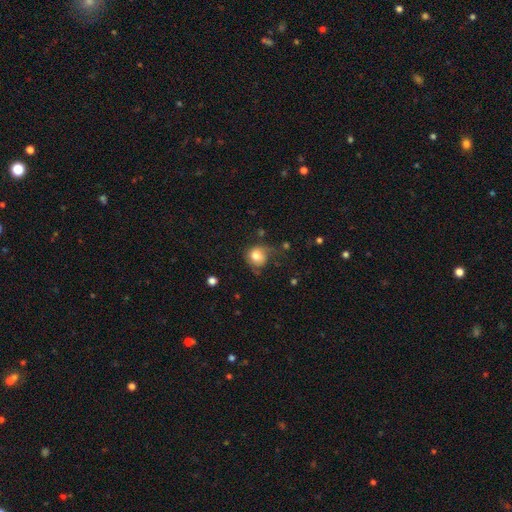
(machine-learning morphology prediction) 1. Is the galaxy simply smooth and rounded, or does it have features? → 75% smooth, 16% featured or disk, 9% star or artifact.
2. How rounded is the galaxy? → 81% round, 18% in between, 1% cigar-shaped.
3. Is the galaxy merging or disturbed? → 45% none, 29% minor disturbance, 22% major disturbance, 4% merger.